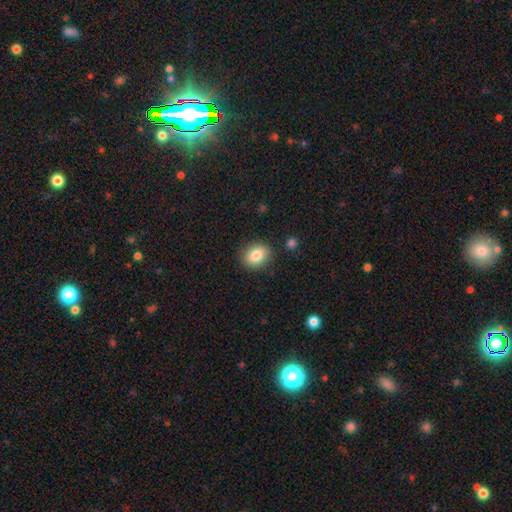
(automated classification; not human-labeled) This appears to be a smooth galaxy with no disk features (83%) that is round (57%). Merging: none (85%).